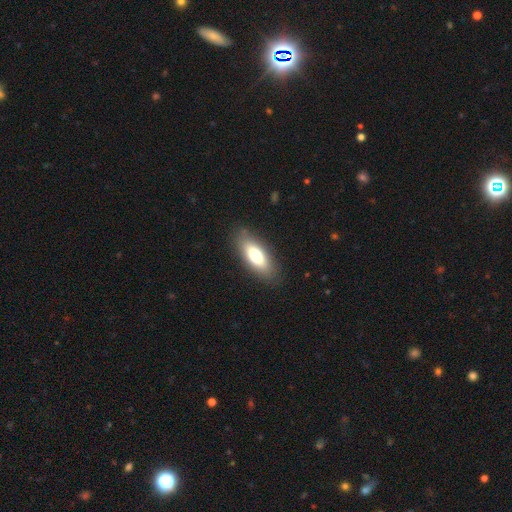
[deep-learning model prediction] Overall: smooth (75%). How rounded: in between (73%). Merging: none (85%).